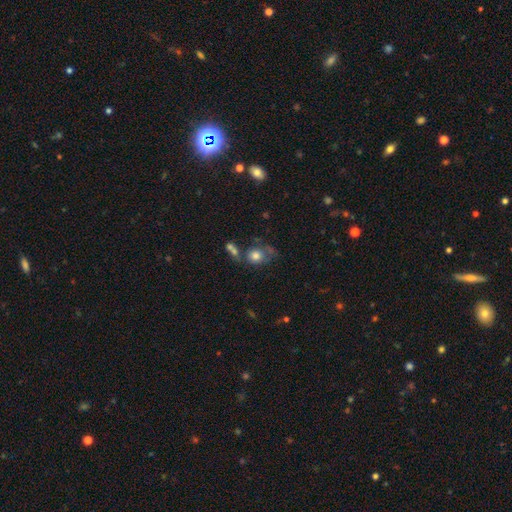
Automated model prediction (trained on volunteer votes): Smooth or featured?
  - smooth: 75% *
  - featured or disk: 14%
  - star or artifact: 11%
How rounded?
  - round: 68% *
  - in between: 30%
  - cigar-shaped: 1%
Merging?
  - none: 42% *
  - merger: 23%
  - minor disturbance: 21%
  - major disturbance: 15%